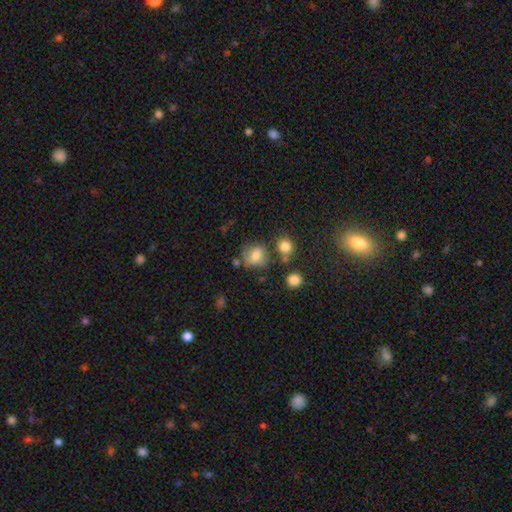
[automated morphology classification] This is likely a smooth galaxy (72%). How rounded: likely round (68%). Merging: possibly none (59%).